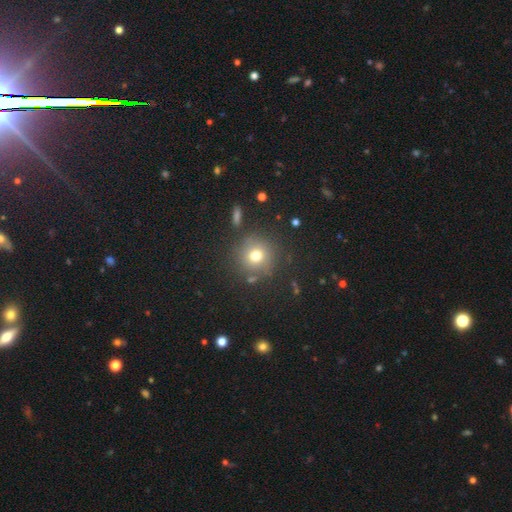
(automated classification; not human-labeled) This appears to be a smooth galaxy with no disk features (73%) that is round (93%). Merging: none (83%).